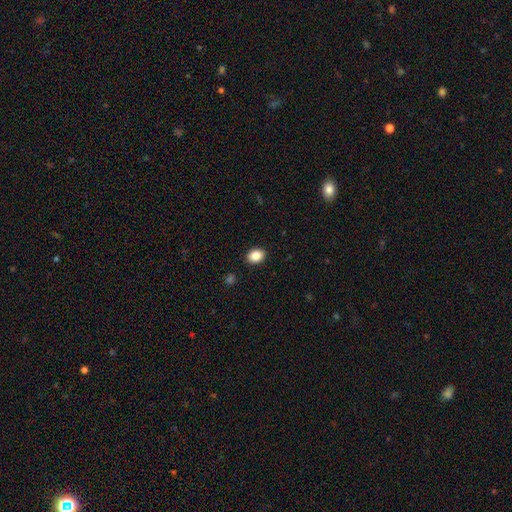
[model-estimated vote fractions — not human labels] Smooth or featured? smooth (86%)
How rounded? in between (65%)
Merging? none (90%)